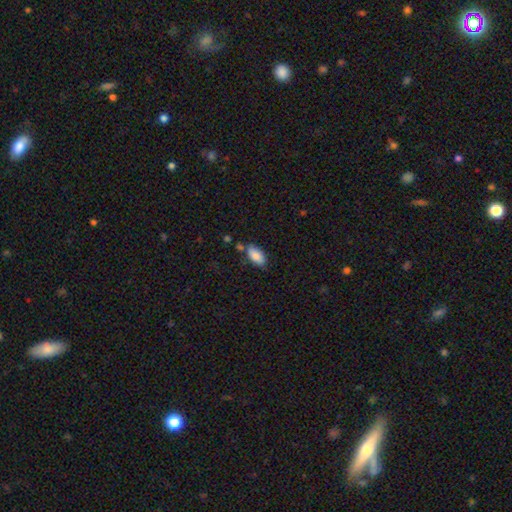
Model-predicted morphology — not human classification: smooth 84%, featured or disk 9%, star or artifact 7%. Down the decision tree: how rounded — in between (91%); merging — none (70%).